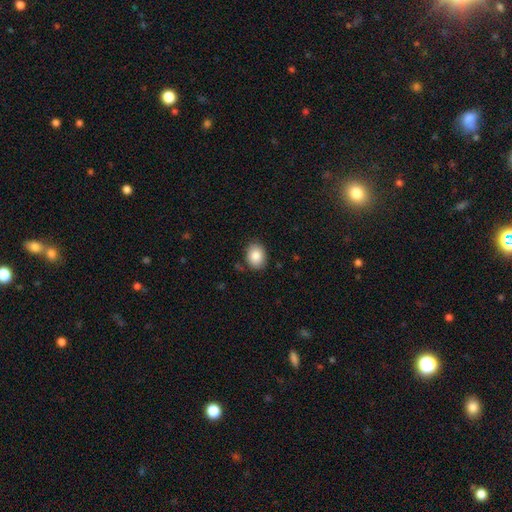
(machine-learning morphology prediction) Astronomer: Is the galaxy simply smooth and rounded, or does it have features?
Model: smooth — 86%.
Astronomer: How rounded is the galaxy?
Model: in between — 60% (runner-up: round, 39%).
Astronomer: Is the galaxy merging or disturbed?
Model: none — 83%.